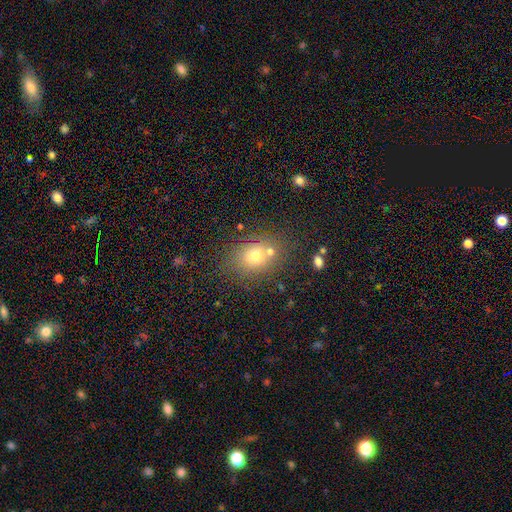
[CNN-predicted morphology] This is likely a smooth galaxy (71%). How rounded: possibly in between (51%). Merging: likely none (67%).